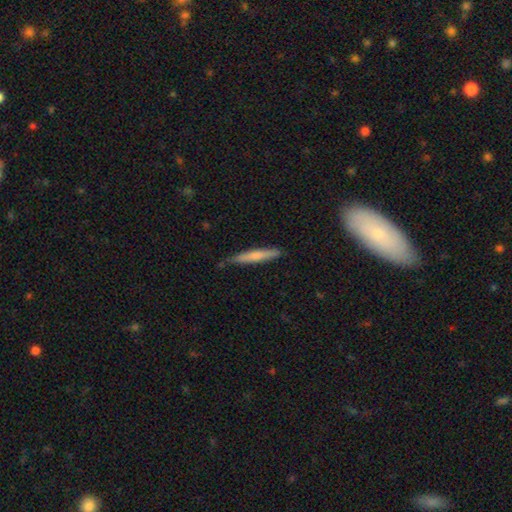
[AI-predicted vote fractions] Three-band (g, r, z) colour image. It shows a smooth galaxy with no disk features (63%) that is cigar-shaped (94%). Merging: none (78%).